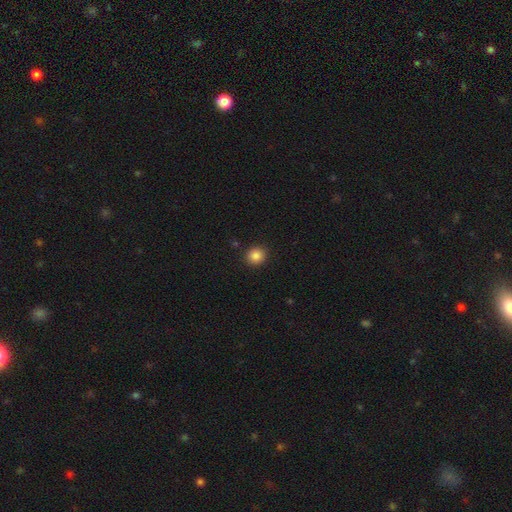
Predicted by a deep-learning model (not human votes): Smooth or featured?
  - smooth: 86% *
  - star or artifact: 11%
  - featured or disk: 3%
How rounded?
  - round: 86% *
  - in between: 13%
  - cigar-shaped: 1%
Merging?
  - none: 90% *
  - minor disturbance: 7%
  - major disturbance: 2%
  - merger: 1%